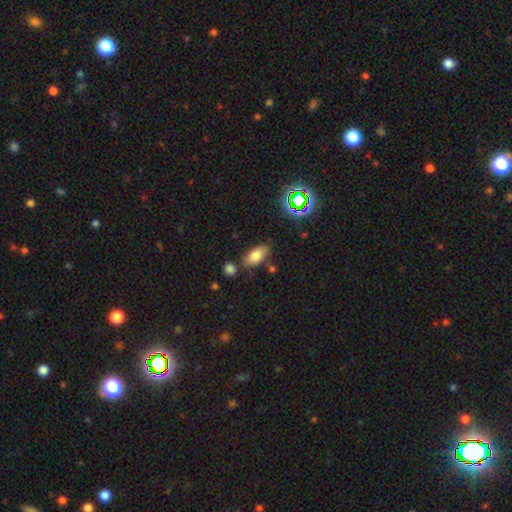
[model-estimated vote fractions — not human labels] A smooth galaxy with no disk features (76%) that is in between round and cigar-shaped (88%). Merging: none (72%).